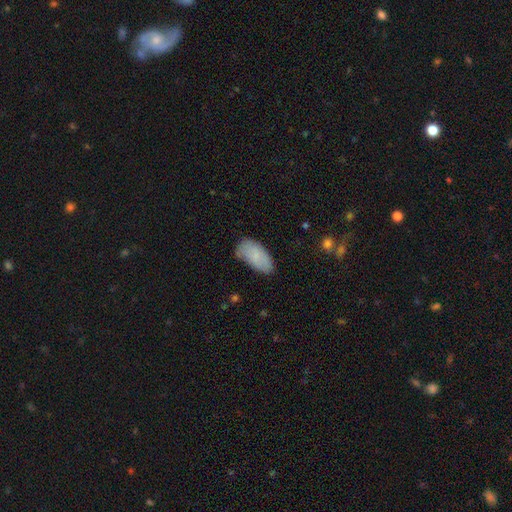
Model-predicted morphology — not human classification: Overall: smooth (81%). How rounded: in between (93%). Merging: none (67%).